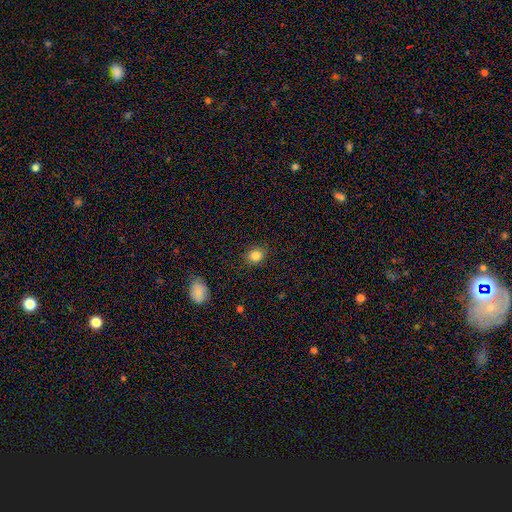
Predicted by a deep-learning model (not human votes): Smooth or featured?
  - smooth: 84% *
  - star or artifact: 11%
  - featured or disk: 6%
How rounded?
  - round: 68% *
  - in between: 31%
  - cigar-shaped: 1%
Merging?
  - none: 85% *
  - minor disturbance: 11%
  - major disturbance: 3%
  - merger: 1%